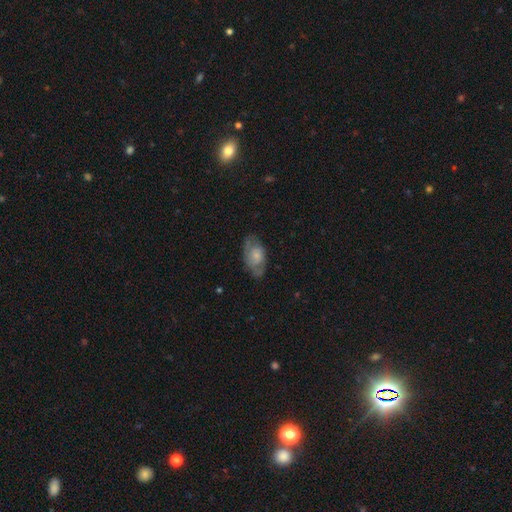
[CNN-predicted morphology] smooth 49%, featured or disk 44%, star or artifact 7%. Down the decision tree: merging — none (69%).